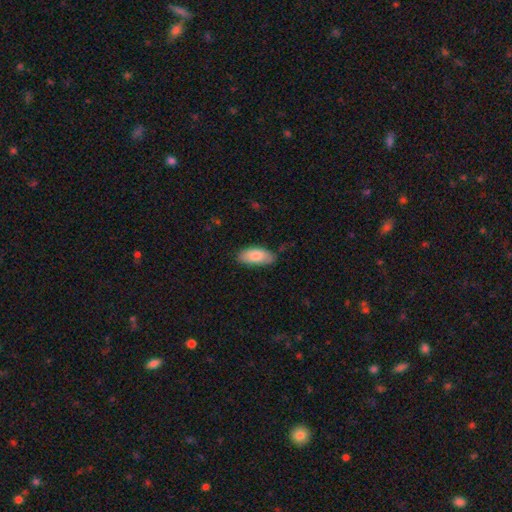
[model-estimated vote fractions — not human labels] Q: Smooth or featured?
A: smooth (84%); runner-up: featured or disk (10%)
Q: How rounded?
A: in between (89%); runner-up: cigar-shaped (9%)
Q: Merging?
A: none (76%); runner-up: minor disturbance (20%)